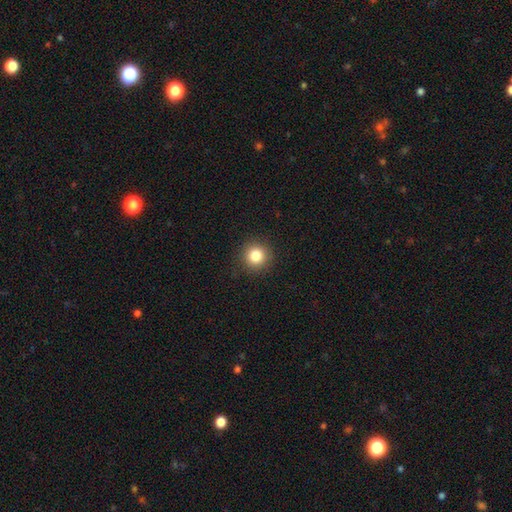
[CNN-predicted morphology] Overall: smooth (83%). How rounded: round (94%). Merging: none (91%).